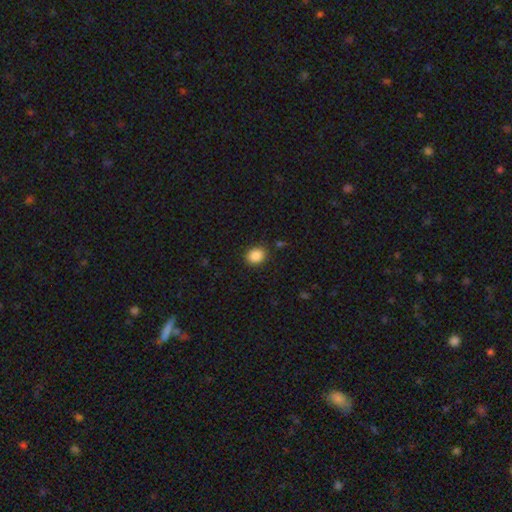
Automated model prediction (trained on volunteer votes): This appears to be a smooth galaxy with no disk features (88%) that is round (62%). Merging: none (87%).